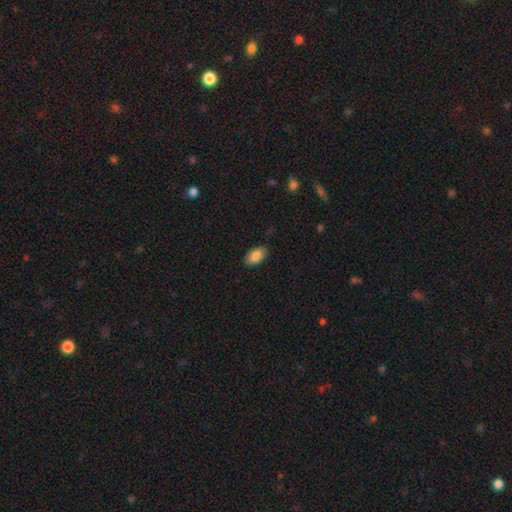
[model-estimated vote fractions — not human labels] Q: Smooth or featured?
A: smooth (86%); runner-up: star or artifact (7%)
Q: How rounded?
A: in between (94%); runner-up: round (4%)
Q: Merging?
A: none (86%); runner-up: minor disturbance (11%)